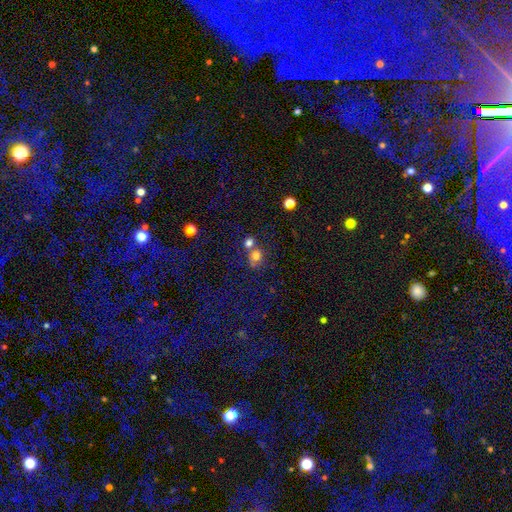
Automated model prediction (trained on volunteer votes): Smooth or featured: smooth — 74% (star or artifact — 16%)
How rounded: round — 73% (in between — 26%)
Merging: none — 45% (merger — 41%)